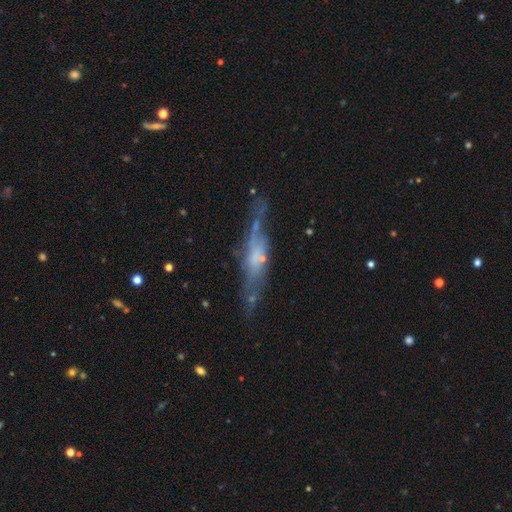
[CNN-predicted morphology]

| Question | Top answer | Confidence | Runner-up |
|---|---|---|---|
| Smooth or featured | featured or disk | 64% | smooth (25%) |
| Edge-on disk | yes | 74% | no (26%) |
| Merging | none | 57% | minor disturbance (24%) |